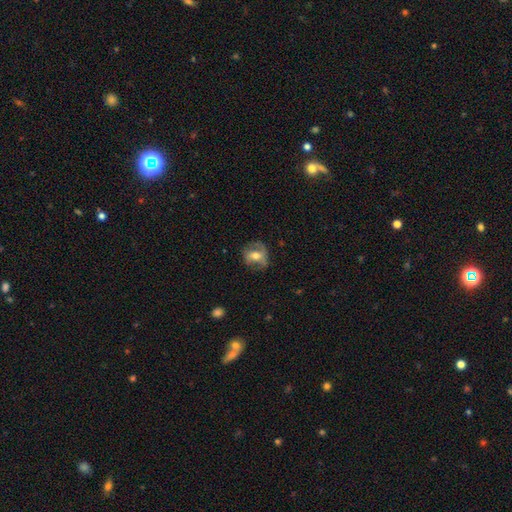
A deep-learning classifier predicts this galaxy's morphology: Smooth or featured?
  - featured or disk: 47% *
  - smooth: 44%
  - star or artifact: 8%
Merging?
  - none: 55% *
  - minor disturbance: 25%
  - major disturbance: 18%
  - merger: 2%